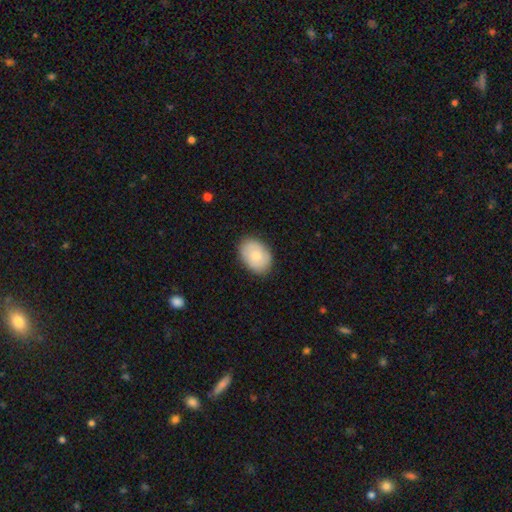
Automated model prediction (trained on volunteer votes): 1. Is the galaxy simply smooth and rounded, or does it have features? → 74% smooth, 20% featured or disk, 6% star or artifact.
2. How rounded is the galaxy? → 77% in between, 22% round, 1% cigar-shaped.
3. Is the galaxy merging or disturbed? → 84% none, 12% minor disturbance, 3% major disturbance, 1% merger.